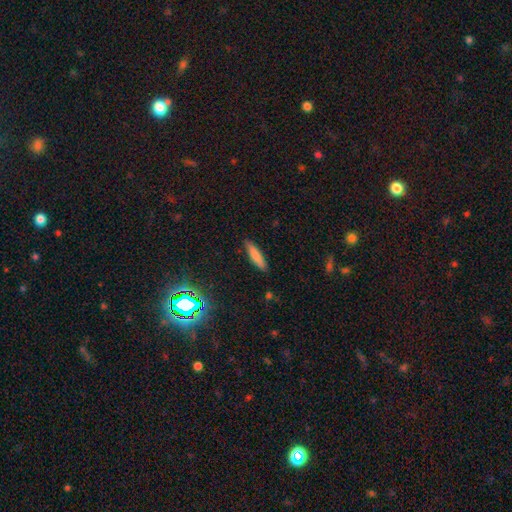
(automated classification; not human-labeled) Smooth or featured? smooth (79%)
How rounded? cigar-shaped (79%)
Merging? none (88%)